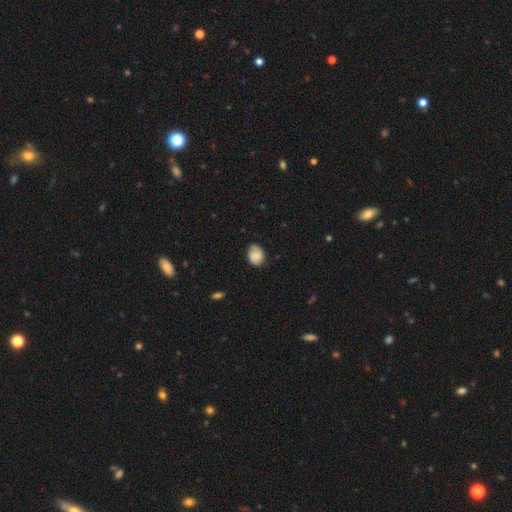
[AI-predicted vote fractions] Smooth or featured?
  - smooth: 74% *
  - featured or disk: 18%
  - star or artifact: 8%
How rounded?
  - in between: 63% *
  - round: 36%
  - cigar-shaped: 1%
Merging?
  - none: 73% *
  - minor disturbance: 22%
  - major disturbance: 4%
  - merger: 1%